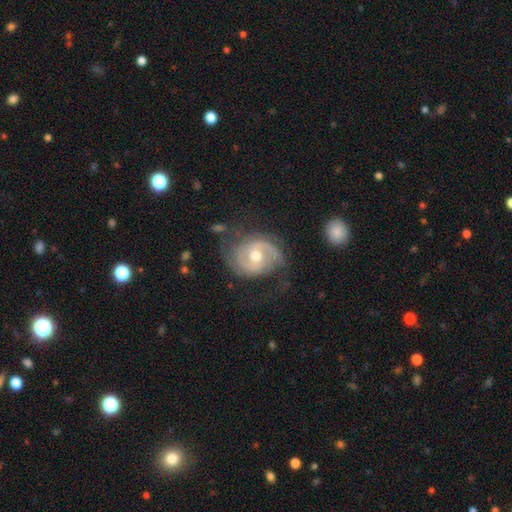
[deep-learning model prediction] featured or disk 84%, smooth 11%, star or artifact 5%. Down the decision tree: edge-on disk — no (97%); bar — no (49%); spiral arms — yes (92%); spiral arm count — 2 (71%); spiral winding — medium (41%); bulge size — moderate (76%); merging — none (57%).